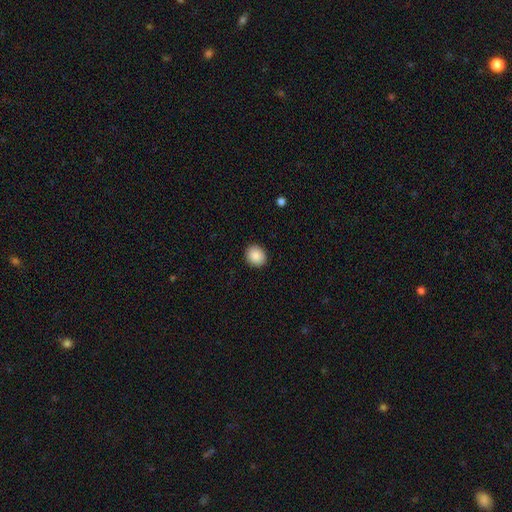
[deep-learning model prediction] A smooth galaxy with no disk features (89%) that is round (70%). Merging: none (91%).